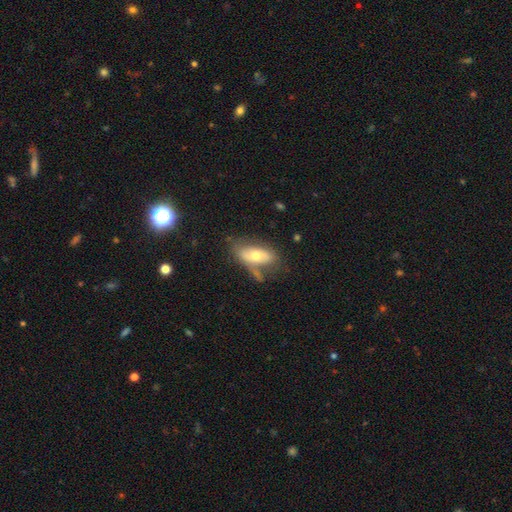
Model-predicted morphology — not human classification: A smooth galaxy with no disk features (53%) that is in between round and cigar-shaped (84%).

Vote fractions:
- Smooth or featured? smooth: 53% / featured or disk: 38% / star or artifact: 8%
- How rounded? in between: 84% / cigar-shaped: 12% / round: 4%
- Merging? none: 48% / minor disturbance: 26% / major disturbance: 16% / merger: 11%